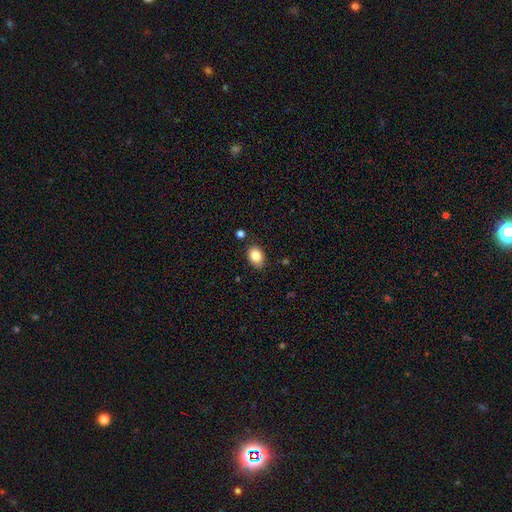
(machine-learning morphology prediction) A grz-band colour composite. It shows a smooth galaxy with no disk features (85%) that is in between round and cigar-shaped (72%). Merging: none (83%).